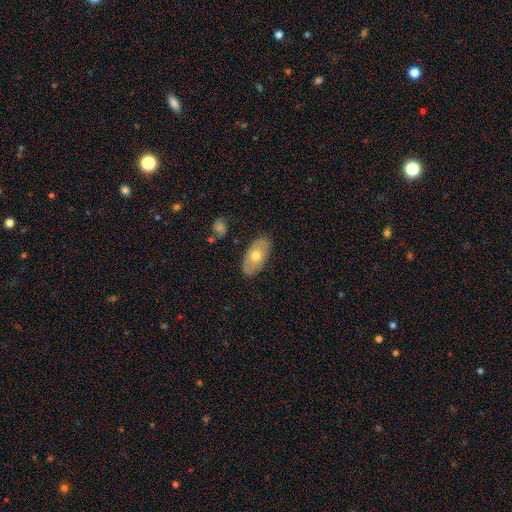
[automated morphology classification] Q: Smooth or featured?
A: smooth (56%); runner-up: featured or disk (38%)
Q: How rounded?
A: in between (93%); runner-up: round (5%)
Q: Merging?
A: none (83%); runner-up: minor disturbance (13%)